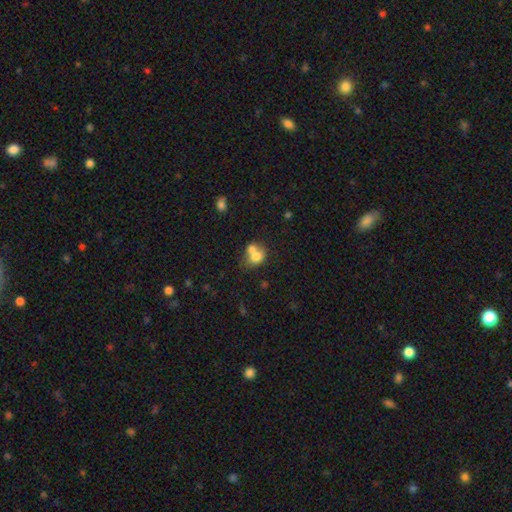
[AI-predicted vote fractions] The model was most divided on "how rounded": in between: 51%, round: 48%, cigar-shaped: 1%. More confident: smooth or featured — smooth (71%); merging — merger (62%).